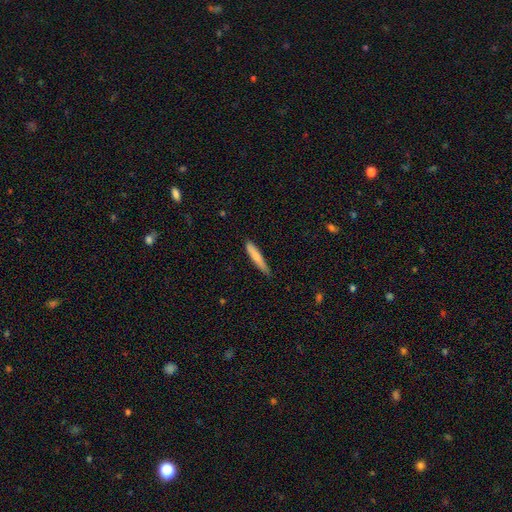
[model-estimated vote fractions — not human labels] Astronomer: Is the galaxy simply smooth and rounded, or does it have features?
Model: smooth — 76%.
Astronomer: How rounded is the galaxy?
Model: cigar-shaped — 92%.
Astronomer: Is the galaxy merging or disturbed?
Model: none — 78%.